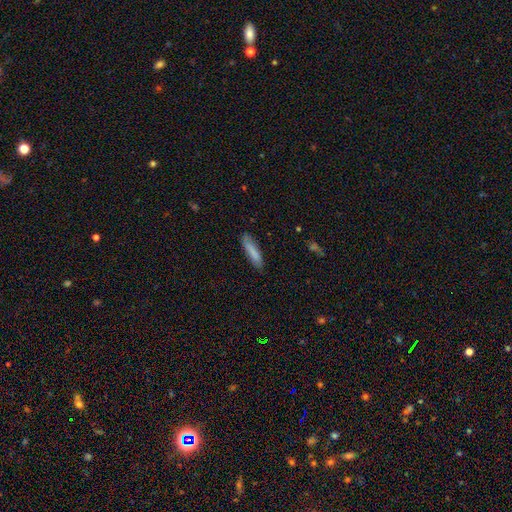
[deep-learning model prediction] Smooth or featured?
  - smooth: 77% *
  - featured or disk: 15%
  - star or artifact: 8%
How rounded?
  - cigar-shaped: 83% *
  - in between: 16%
  - round: 1%
Merging?
  - none: 83% *
  - minor disturbance: 13%
  - major disturbance: 3%
  - merger: 1%